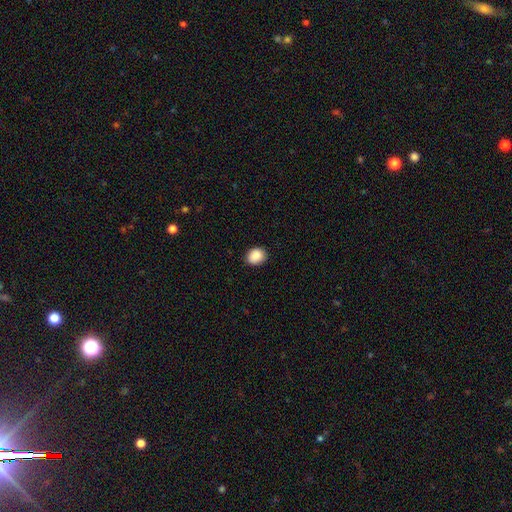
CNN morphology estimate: smooth-or-featured: smooth: 89% | star or artifact: 8% | featured or disk: 3%
  how-rounded: round: 62% | in between: 37% | cigar-shaped: 1%
  merging: none: 89% | minor disturbance: 9% | major disturbance: 2% | merger: 1%